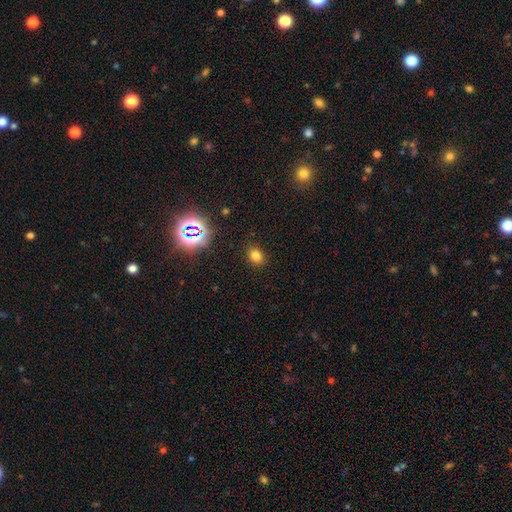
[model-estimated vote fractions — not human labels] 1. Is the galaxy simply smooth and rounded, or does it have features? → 76% smooth, 18% star or artifact, 6% featured or disk.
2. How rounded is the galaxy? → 60% in between, 39% round, 1% cigar-shaped.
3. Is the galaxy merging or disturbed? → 87% none, 8% minor disturbance, 3% major disturbance, 1% merger.